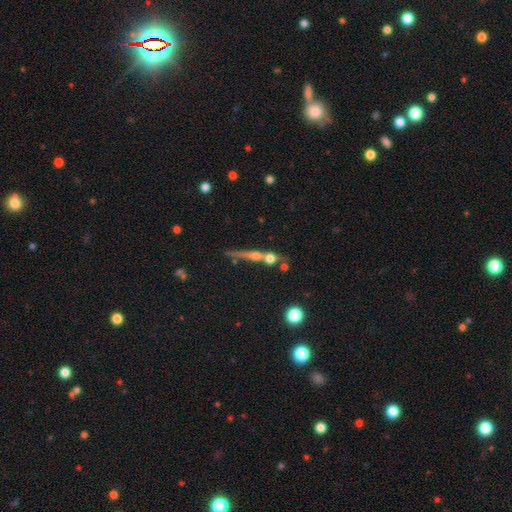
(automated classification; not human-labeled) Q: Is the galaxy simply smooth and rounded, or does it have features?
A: featured or disk — 50%.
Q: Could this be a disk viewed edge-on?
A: yes — 78%.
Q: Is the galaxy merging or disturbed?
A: merger — 41%.